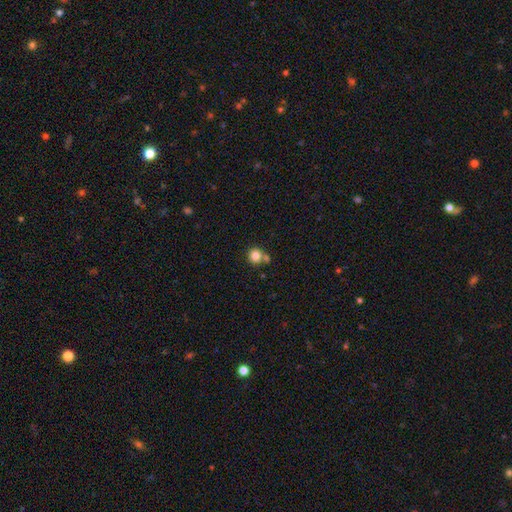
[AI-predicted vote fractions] Smooth or featured?
  - smooth: 82% *
  - star or artifact: 11%
  - featured or disk: 8%
How rounded?
  - round: 92% *
  - in between: 7%
  - cigar-shaped: 1%
Merging?
  - none: 64% *
  - merger: 23%
  - minor disturbance: 10%
  - major disturbance: 3%